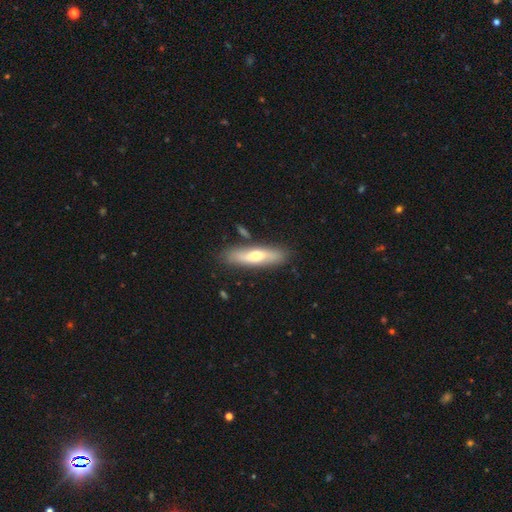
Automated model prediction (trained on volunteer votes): Smooth or featured? Predicted: smooth (p=0.53). How rounded? Predicted: cigar-shaped (p=0.70). Merging? Predicted: none (p=0.80).